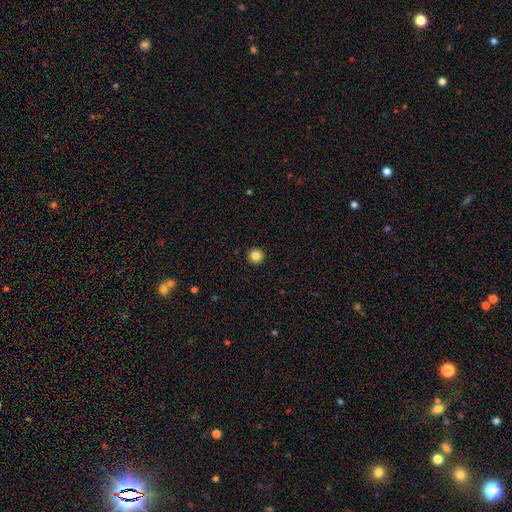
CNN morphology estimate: This appears to be a smooth galaxy with no disk features (85%) that is round (96%). Merging: none (93%).